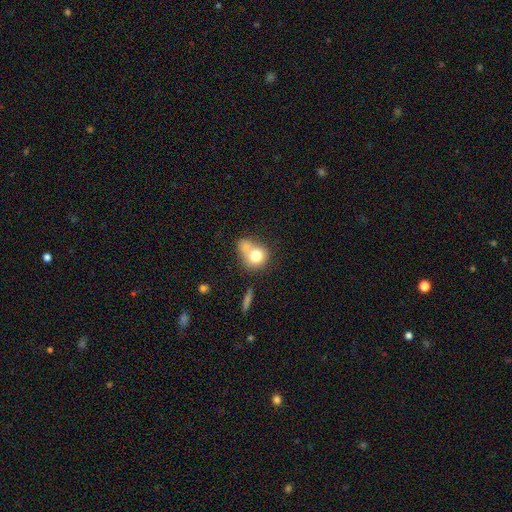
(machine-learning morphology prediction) Smooth or featured? Predicted: smooth (p=0.75). How rounded? Predicted: round (p=0.67). Merging? Predicted: merger (p=0.47).